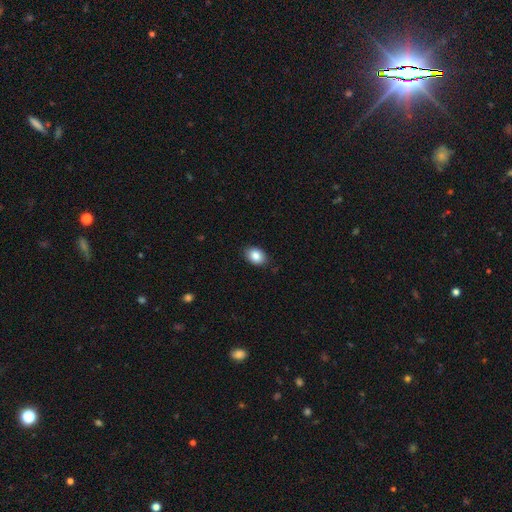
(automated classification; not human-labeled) Overall: smooth (87%). How rounded: in between (73%). Merging: none (87%).